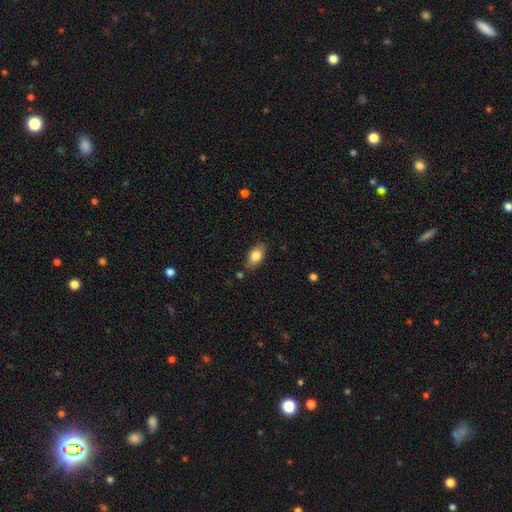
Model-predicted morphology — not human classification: Smooth or featured? Predicted: smooth (p=0.78). How rounded? Predicted: in between (p=0.88). Merging? Predicted: none (p=0.80).